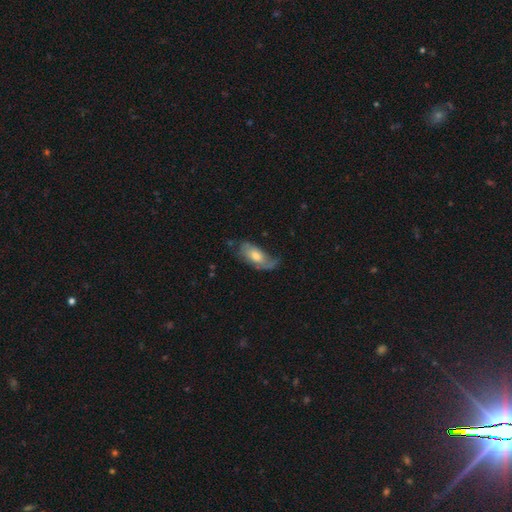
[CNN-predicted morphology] This appears to be a featured or disk galaxy (51%). Merging: none (44%).